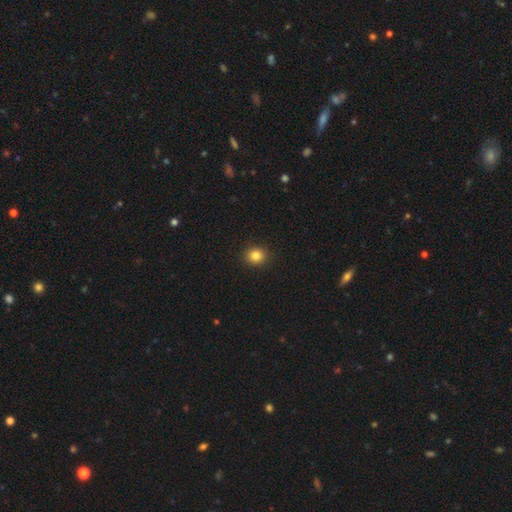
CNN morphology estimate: Q: Smooth or featured?
A: smooth (84%); runner-up: star or artifact (11%)
Q: How rounded?
A: round (82%); runner-up: in between (18%)
Q: Merging?
A: none (91%); runner-up: minor disturbance (6%)